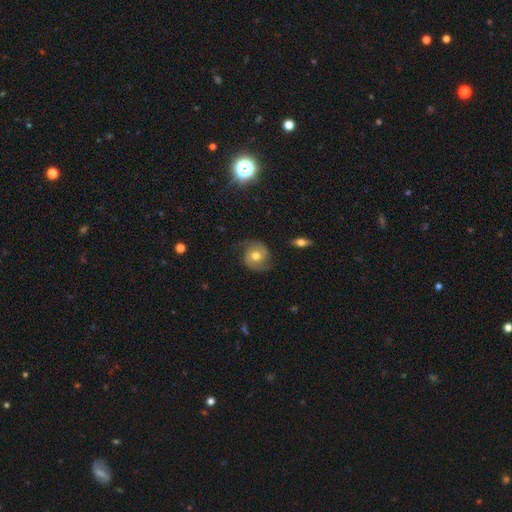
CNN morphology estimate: Overall: featured or disk (76%). Edge-on disk: no (97%). Bar: no (69%). Spiral arms: yes (94%). Spiral arm count: 2 (91%). Spiral winding: medium (49%; tight 27%). Bulge size: moderate (78%). Merging: none (77%).